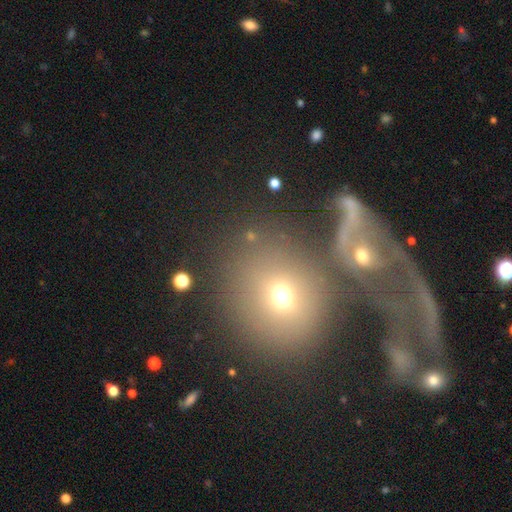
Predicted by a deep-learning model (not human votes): Overall: smooth (54%; featured or disk 25%). How rounded: round (78%). Merging: none (47%; merger 26%).